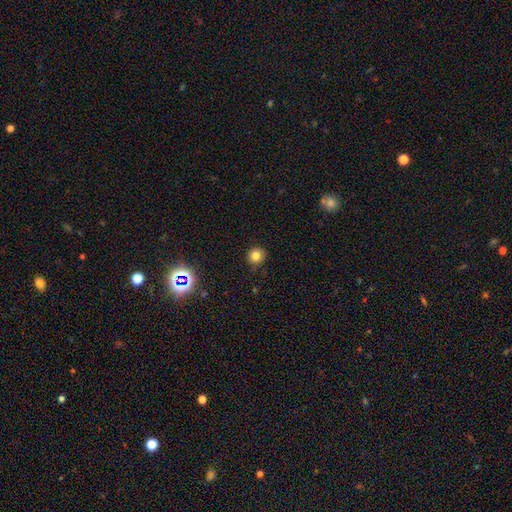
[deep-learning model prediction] This appears to be a smooth galaxy with no disk features (79%) that is round (92%). Merging: none (89%).